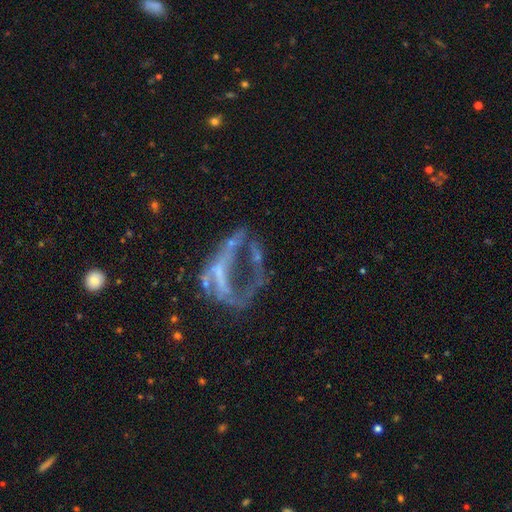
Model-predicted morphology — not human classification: Smooth or featured: featured or disk — 66% (star or artifact — 18%)
Edge-on disk: no — 95% (yes — 5%)
Bar: no — 65% (weak — 19%)
Spiral arms: no — 73% (yes — 27%)
Bulge size: none — 68% (small — 20%)
Merging: major disturbance — 54% (none — 22%)